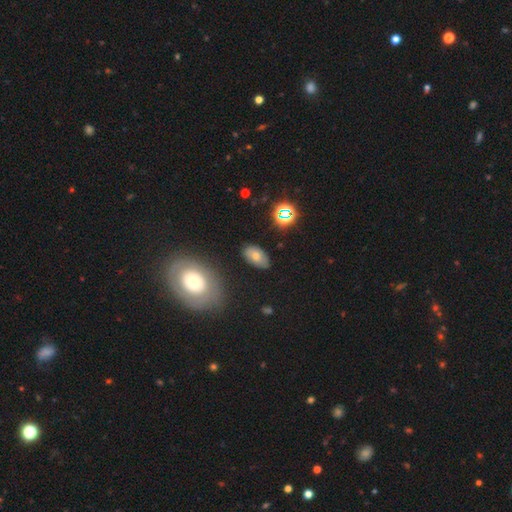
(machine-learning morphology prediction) Overall: smooth (62%). How rounded: in between (91%). Merging: none (77%).